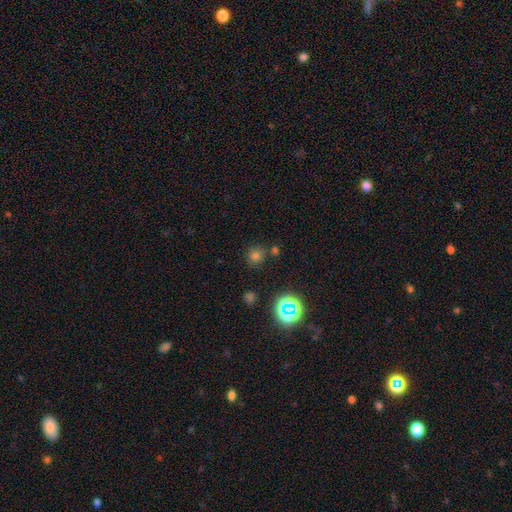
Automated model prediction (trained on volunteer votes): The model was most divided on "smooth or featured": smooth: 68%, star or artifact: 25%, featured or disk: 7%. More confident: how rounded — round (90%); merging — none (77%).